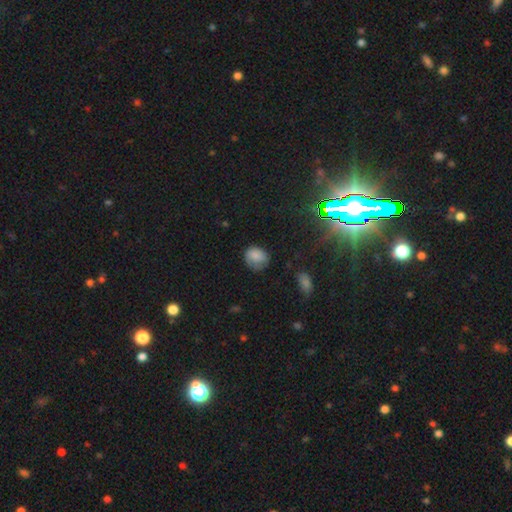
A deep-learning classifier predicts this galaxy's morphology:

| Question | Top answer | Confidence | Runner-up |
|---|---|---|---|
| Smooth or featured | smooth | 78% | featured or disk (12%) |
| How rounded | round | 59% | in between (40%) |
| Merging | none | 56% | minor disturbance (31%) |